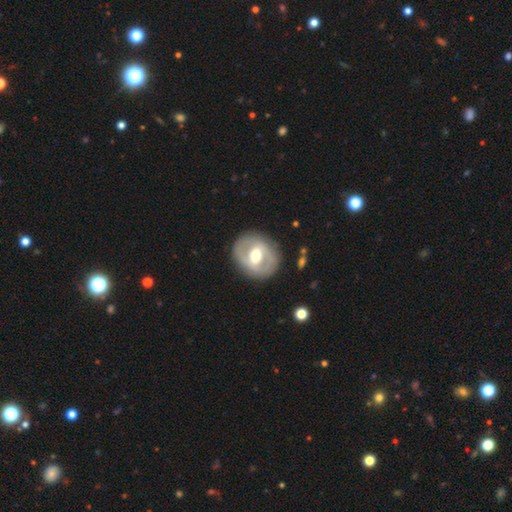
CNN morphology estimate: This is likely a featured or disk galaxy (67%). It is clearly not viewed edge-on (96%). Bar: marginally weak (43%). Spiral arm pattern: possibly yes (52%). Central bulge: likely moderate (73%). Merging: clearly none (84%).